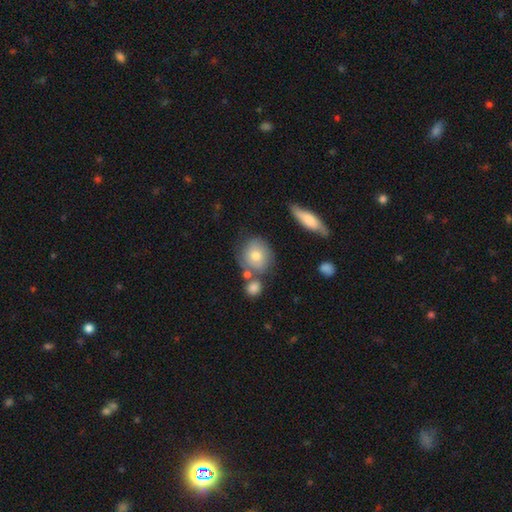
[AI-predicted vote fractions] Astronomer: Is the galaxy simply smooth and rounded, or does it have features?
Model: smooth — 70%.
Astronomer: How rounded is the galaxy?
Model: round — 80%.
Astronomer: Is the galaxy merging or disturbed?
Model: none — 61%.